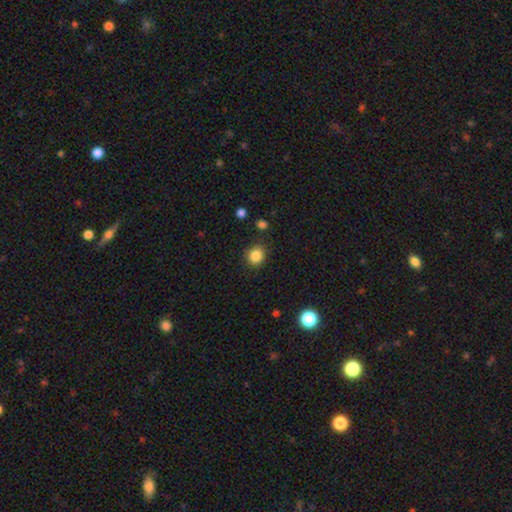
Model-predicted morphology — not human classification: Smooth or featured? Predicted: smooth (p=0.85). How rounded? Predicted: round (p=0.80). Merging? Predicted: none (p=0.85).